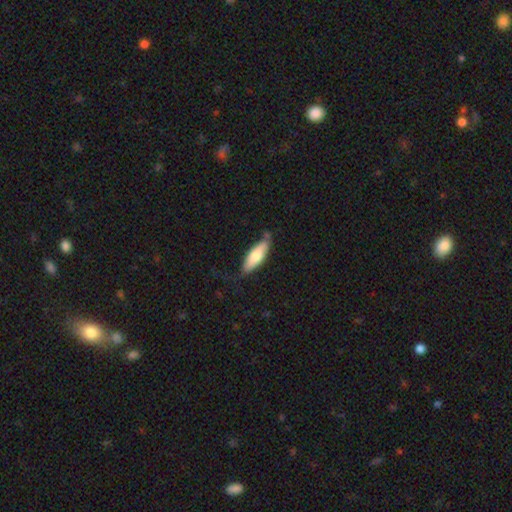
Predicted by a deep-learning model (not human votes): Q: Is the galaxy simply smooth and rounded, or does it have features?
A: smooth — 73%.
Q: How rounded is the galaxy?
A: in between — 57%.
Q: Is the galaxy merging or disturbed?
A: none — 67%.